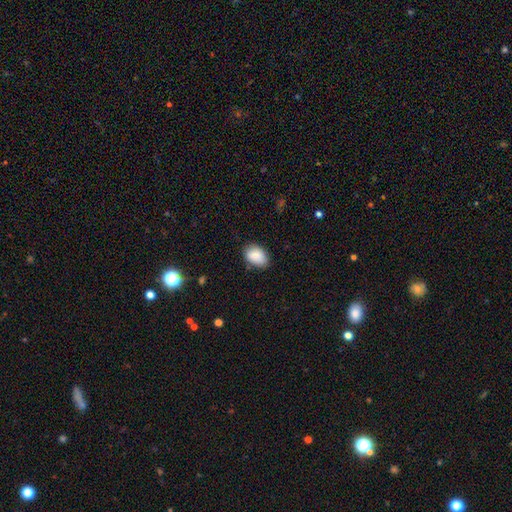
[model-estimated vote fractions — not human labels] Smooth or featured? smooth (87%)
How rounded? in between (85%)
Merging? none (76%)